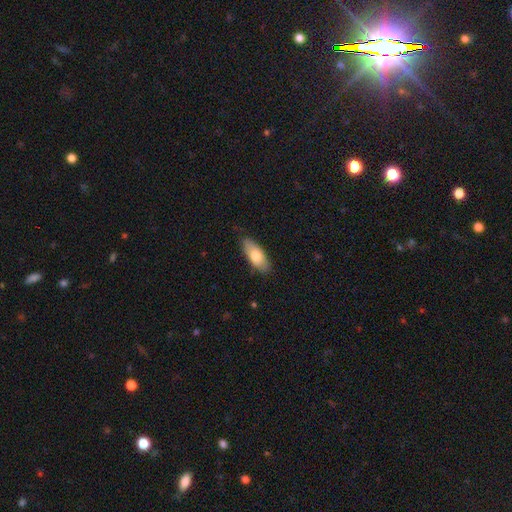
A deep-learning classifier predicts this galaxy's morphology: Smooth or featured?
  - smooth: 74% *
  - featured or disk: 20%
  - star or artifact: 6%
How rounded?
  - in between: 81% *
  - cigar-shaped: 17%
  - round: 2%
Merging?
  - none: 82% *
  - minor disturbance: 14%
  - major disturbance: 2%
  - merger: 1%